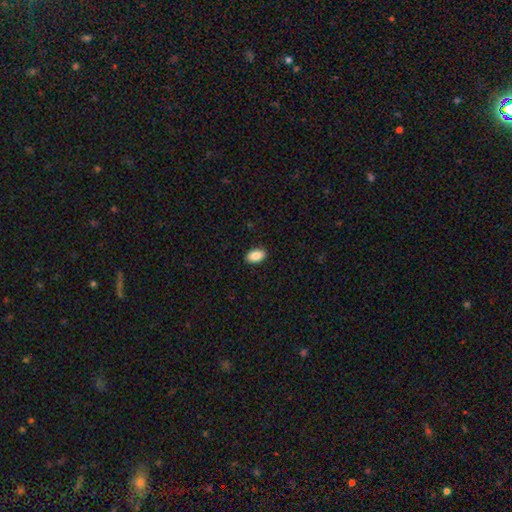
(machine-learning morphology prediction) smooth 88%, star or artifact 7%, featured or disk 5%. Down the decision tree: how rounded — in between (92%); merging — none (90%).